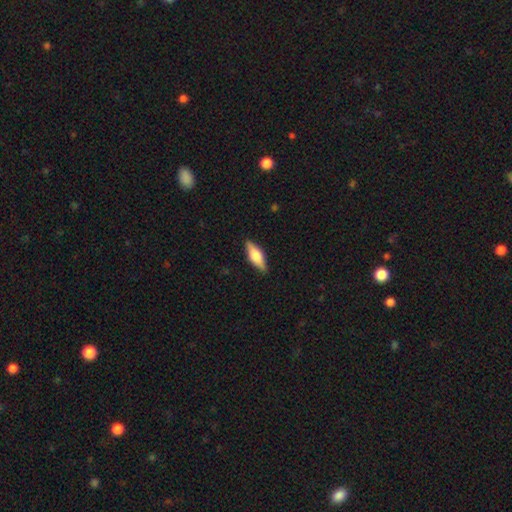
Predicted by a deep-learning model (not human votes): This is possibly a smooth galaxy (54%). How rounded: possibly in between (59%). Merging: clearly none (89%).